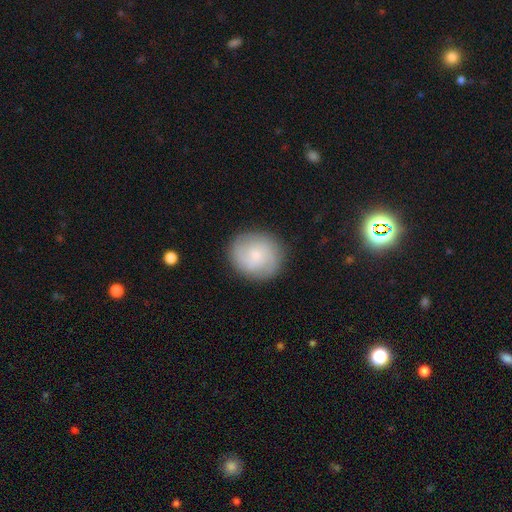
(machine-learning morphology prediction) type=featured or disk (46%, tied with smooth); merging=none (85%).